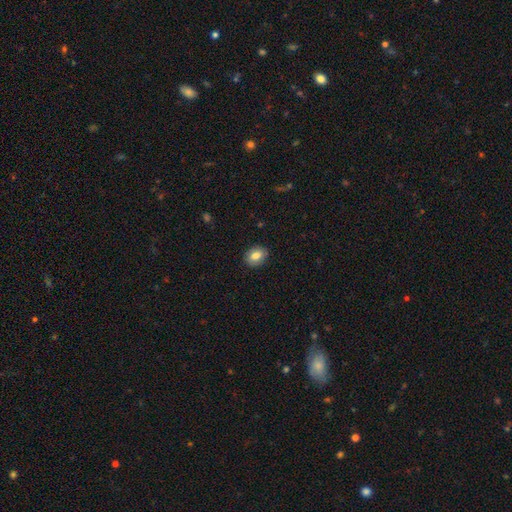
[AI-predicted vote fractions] The model was most divided on "how rounded": in between: 65%, round: 34%, cigar-shaped: 1%. More confident: merging — none (87%); smooth or featured — smooth (80%).